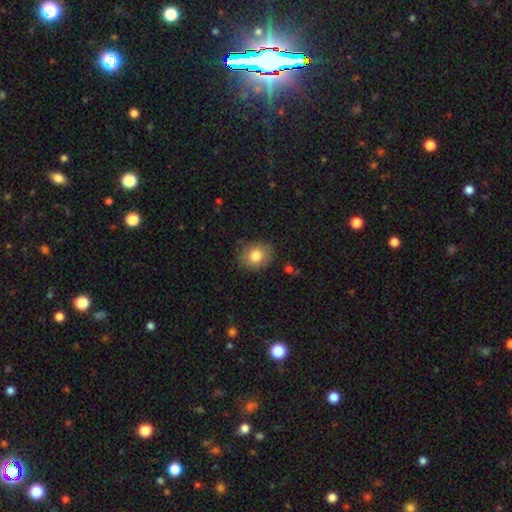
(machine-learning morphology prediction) A smooth galaxy with no disk features (80%) that is round (50%).

Vote fractions:
- Smooth or featured? smooth: 80% / featured or disk: 13% / star or artifact: 8%
- How rounded? round: 50% / in between: 49% / cigar-shaped: 1%
- Merging? none: 81% / minor disturbance: 14% / major disturbance: 3% / merger: 1%